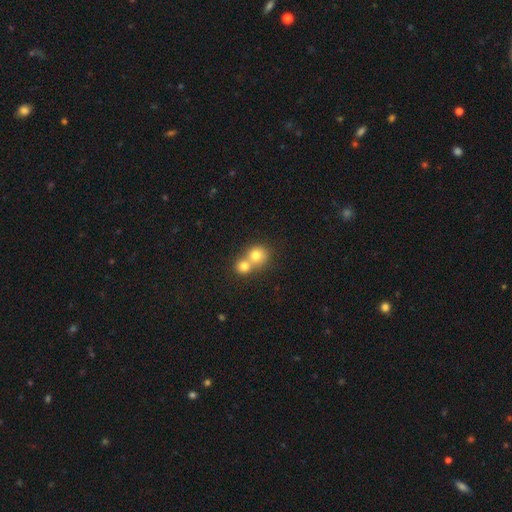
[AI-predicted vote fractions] A smooth galaxy with no disk features (76%) that is round (81%).

Vote fractions:
- Smooth or featured? smooth: 76% / featured or disk: 14% / star or artifact: 10%
- How rounded? round: 81% / in between: 18% / cigar-shaped: 1%
- Merging? merger: 65% / none: 29% / minor disturbance: 5% / major disturbance: 2%